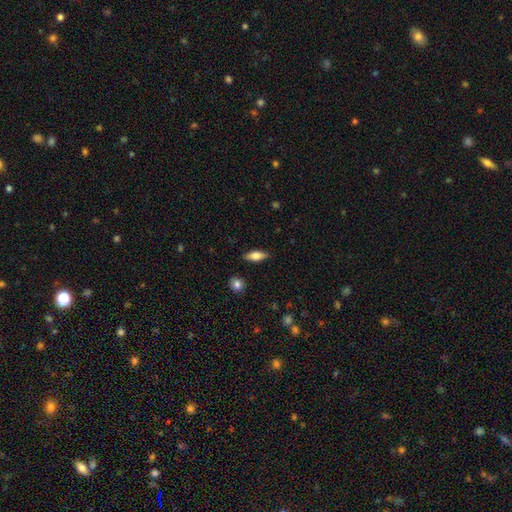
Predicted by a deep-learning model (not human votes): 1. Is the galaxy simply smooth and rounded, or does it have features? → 72% smooth, 21% featured or disk, 7% star or artifact.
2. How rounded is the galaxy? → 71% in between, 26% cigar-shaped, 3% round.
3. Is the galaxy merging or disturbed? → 86% none, 10% minor disturbance, 2% major disturbance, 2% merger.